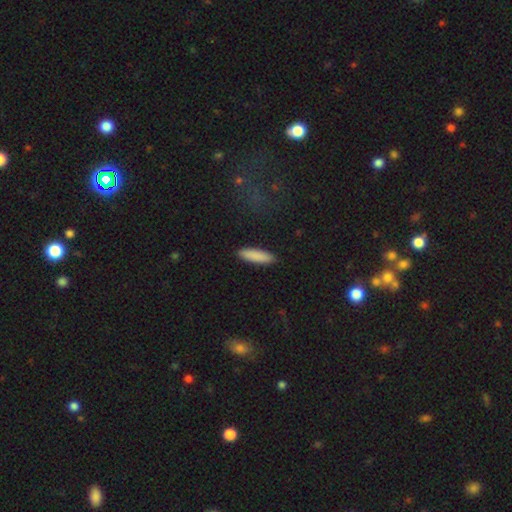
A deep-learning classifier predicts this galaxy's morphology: A smooth galaxy with no disk features (88%) that is cigar-shaped (67%). Merging: none (91%).